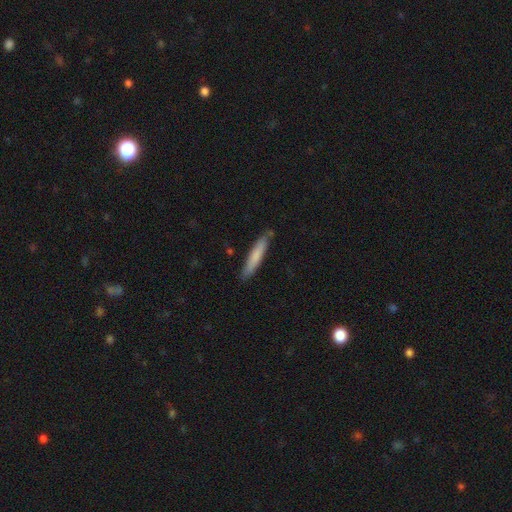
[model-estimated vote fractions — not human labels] The model was most divided on "smooth or featured": smooth: 76%, featured or disk: 19%, star or artifact: 5%. More confident: how rounded — cigar-shaped (91%); merging — none (82%).